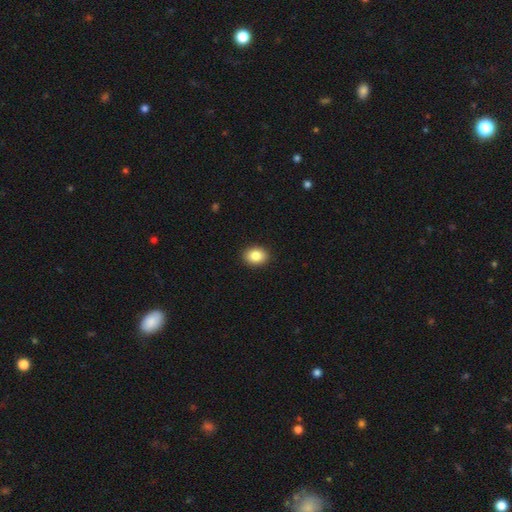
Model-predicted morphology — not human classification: This is clearly a smooth galaxy (86%). How rounded: possibly in between (58%). Merging: clearly none (91%).